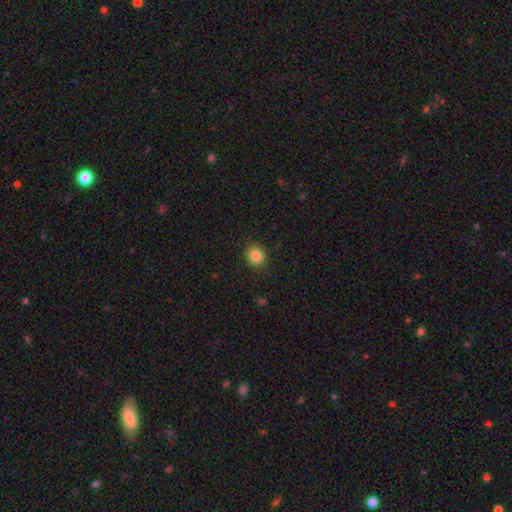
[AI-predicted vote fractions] Q: Smooth or featured?
A: smooth (84%); runner-up: star or artifact (10%)
Q: How rounded?
A: round (83%); runner-up: in between (16%)
Q: Merging?
A: none (89%); runner-up: minor disturbance (7%)